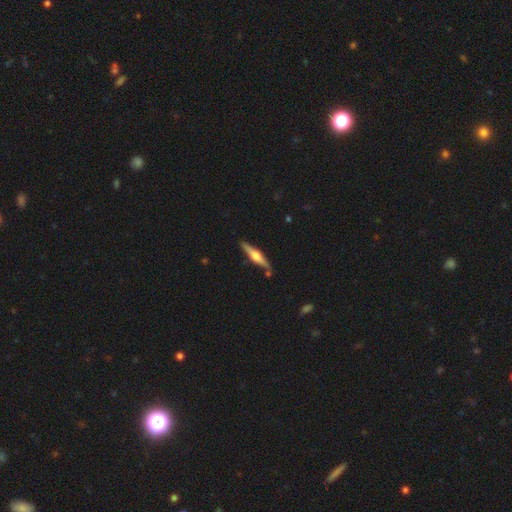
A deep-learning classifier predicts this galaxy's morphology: smooth-or-featured: featured or disk: 64% | smooth: 31% | star or artifact: 5%
  disk-edge-on: yes: 96% | no: 4%
    edge-on-bulge: rounded: 85% | boxy: 11% | none: 4%
  merging: none: 84% | minor disturbance: 10% | merger: 4% | major disturbance: 2%